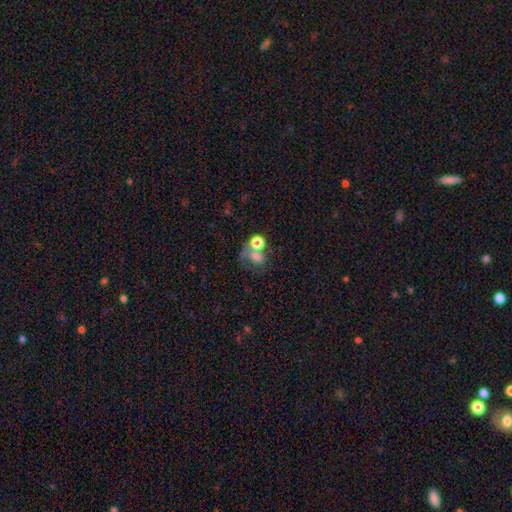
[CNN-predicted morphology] Q: Smooth or featured?
A: smooth (52%); runner-up: featured or disk (29%)
Q: How rounded?
A: round (64%); runner-up: in between (35%)
Q: Merging?
A: merger (39%); runner-up: none (30%)